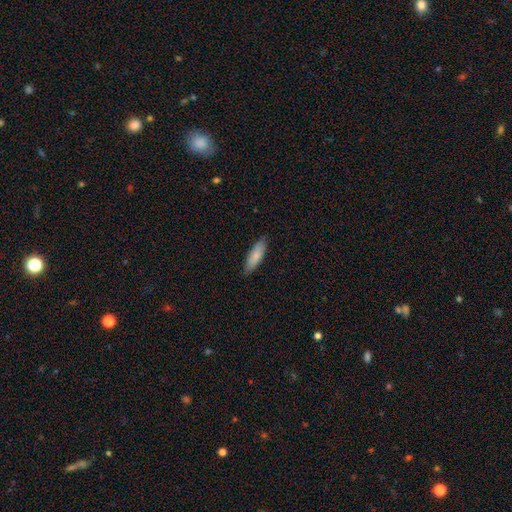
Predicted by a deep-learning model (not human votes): Smooth or featured?
  - smooth: 85% *
  - featured or disk: 10%
  - star or artifact: 5%
How rounded?
  - in between: 52% *
  - cigar-shaped: 47%
  - round: 1%
Merging?
  - none: 85% *
  - minor disturbance: 12%
  - major disturbance: 2%
  - merger: 1%